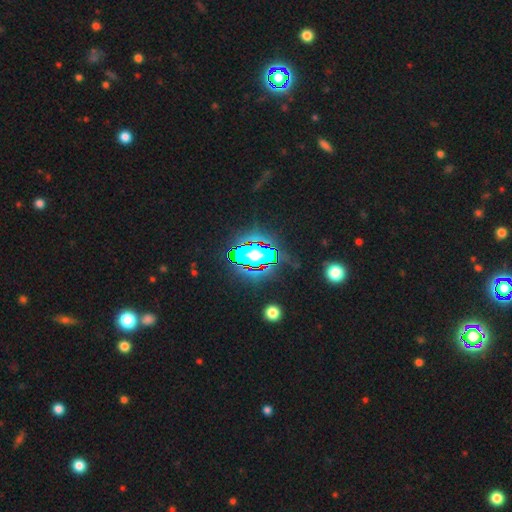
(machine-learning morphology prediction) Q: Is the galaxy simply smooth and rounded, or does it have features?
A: star or artifact — 79%.